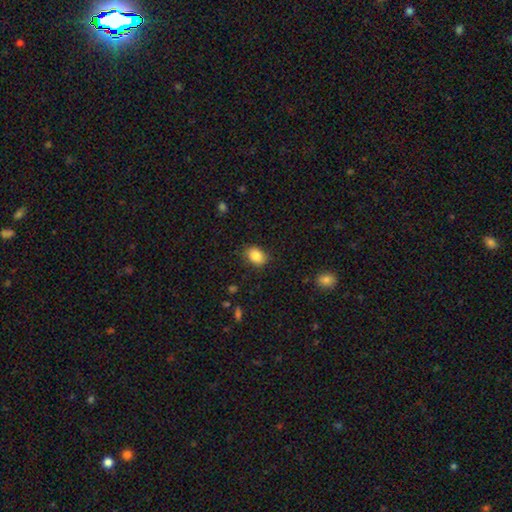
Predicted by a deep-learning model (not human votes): smooth 86%, star or artifact 9%, featured or disk 5%. Down the decision tree: how rounded — in between (71%); merging — none (84%).